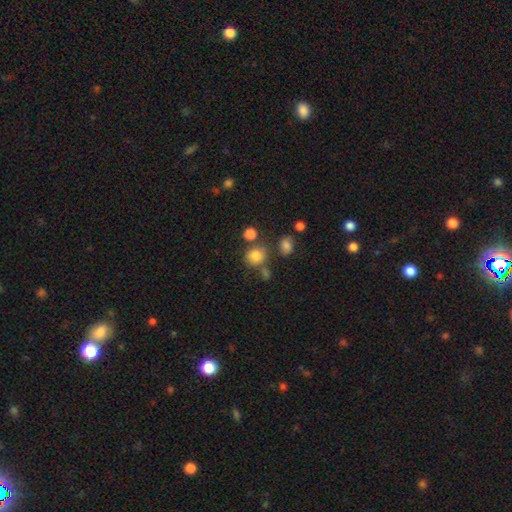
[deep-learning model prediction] smooth_or_featured: smooth (p=0.80) [alt: star or artifact p=0.13]
how_rounded: round (p=0.80) [alt: in between p=0.19]
merging: none (p=0.66) [alt: merger p=0.15]